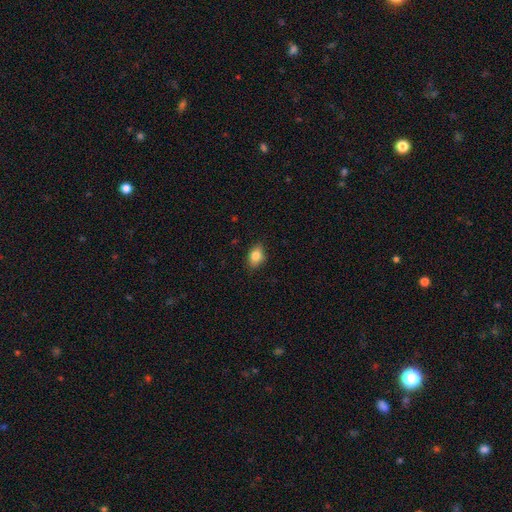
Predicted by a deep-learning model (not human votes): A smooth galaxy with no disk features (84%) that is in between round and cigar-shaped (77%). Merging: none (84%).